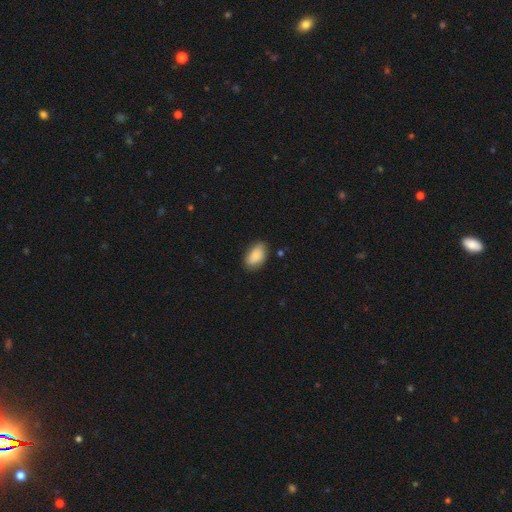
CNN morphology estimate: type=smooth (86%); roundness=in between (93%); merging=none (74%).